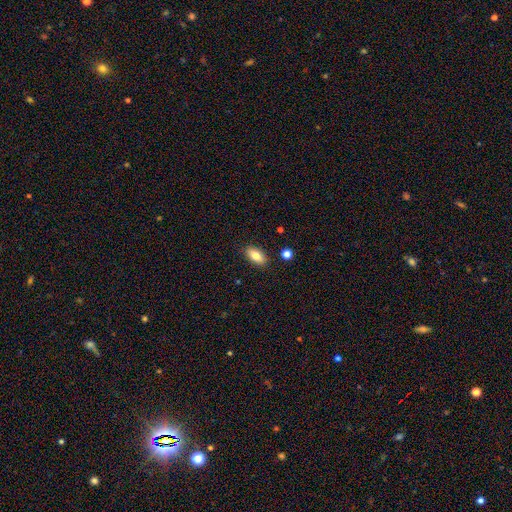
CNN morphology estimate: The model was most divided on "smooth or featured": smooth: 80%, featured or disk: 12%, star or artifact: 8%. More confident: how rounded — in between (88%); merging — none (87%).